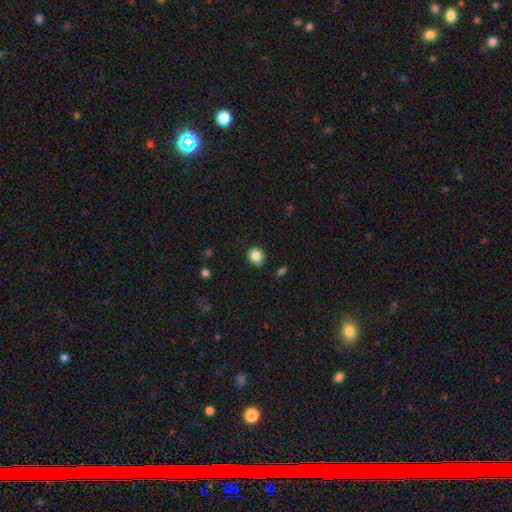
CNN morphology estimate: Overall: smooth (85%). How rounded: round (82%). Merging: none (86%).